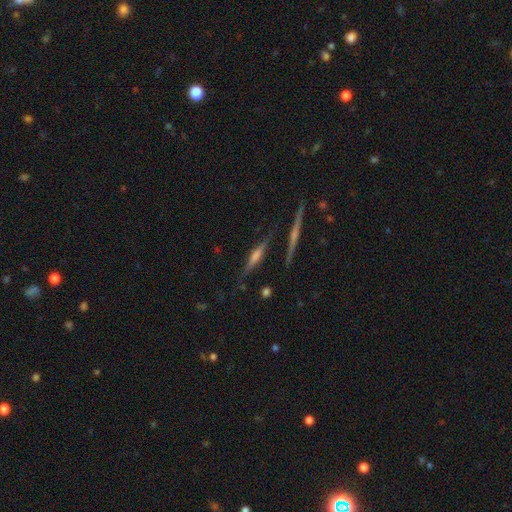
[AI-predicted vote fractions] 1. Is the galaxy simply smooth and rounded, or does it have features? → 76% featured or disk, 15% smooth, 10% star or artifact.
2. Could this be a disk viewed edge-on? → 97% yes, 3% no.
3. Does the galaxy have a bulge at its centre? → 73% rounded, 15% boxy, 12% none.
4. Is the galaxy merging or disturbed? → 80% none, 12% minor disturbance, 5% merger, 3% major disturbance.